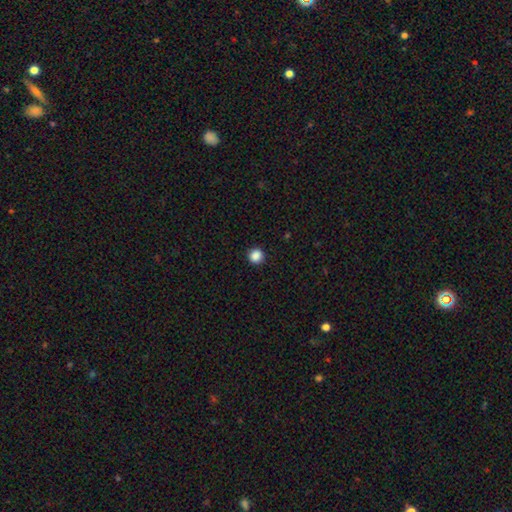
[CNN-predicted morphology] This appears to be a smooth galaxy with no disk features (87%) that is round (95%). Merging: none (93%).